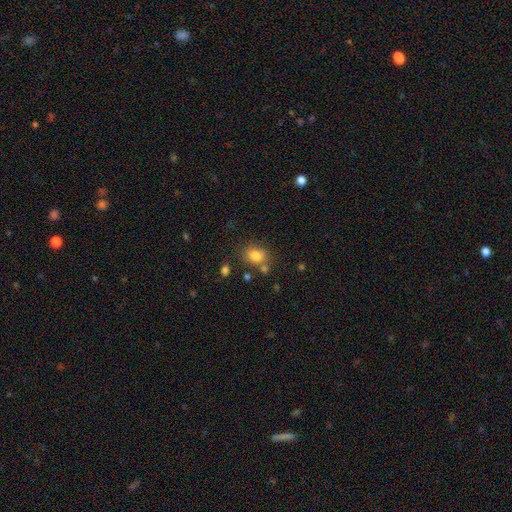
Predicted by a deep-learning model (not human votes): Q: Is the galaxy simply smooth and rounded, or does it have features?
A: smooth — 82%.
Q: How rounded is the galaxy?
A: in between — 53%.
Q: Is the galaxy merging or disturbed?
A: none — 67%.